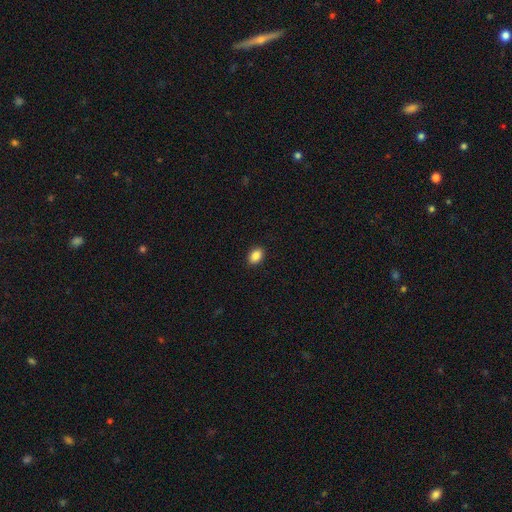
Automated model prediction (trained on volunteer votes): smooth 88%, star or artifact 8%, featured or disk 4%. Down the decision tree: how rounded — in between (81%); merging — none (90%).